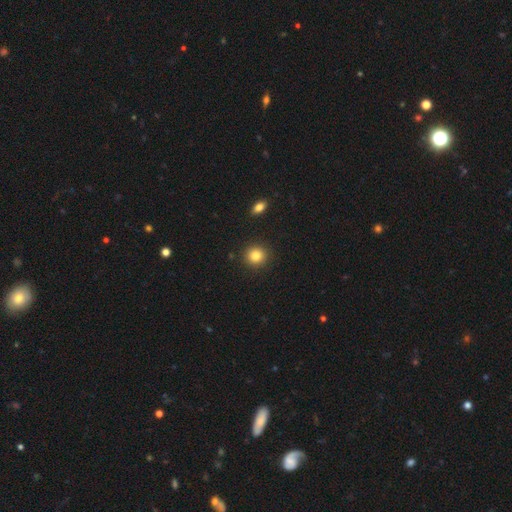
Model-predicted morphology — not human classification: Smooth or featured?
  - smooth: 84% *
  - star or artifact: 10%
  - featured or disk: 6%
How rounded?
  - round: 89% *
  - in between: 10%
  - cigar-shaped: 1%
Merging?
  - none: 91% *
  - minor disturbance: 6%
  - major disturbance: 2%
  - merger: 2%